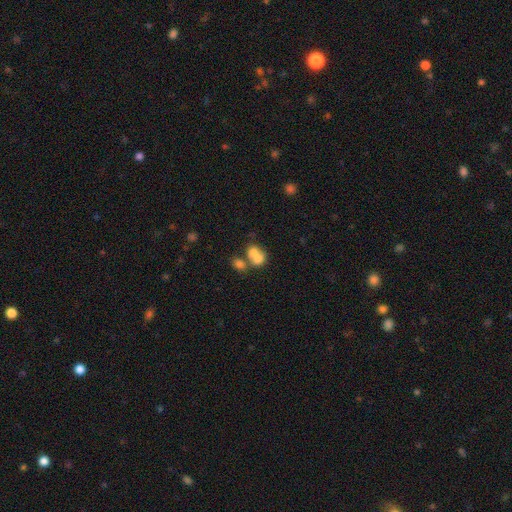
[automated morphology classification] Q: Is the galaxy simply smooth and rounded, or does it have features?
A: smooth — 70%.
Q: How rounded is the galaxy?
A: round — 56%.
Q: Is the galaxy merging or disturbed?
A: merger — 65%.